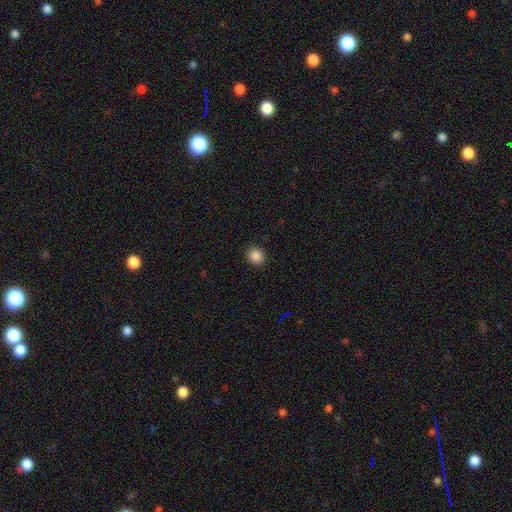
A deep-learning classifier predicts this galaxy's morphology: This appears to be a smooth galaxy with no disk features (86%) that is round (81%). Merging: none (91%).